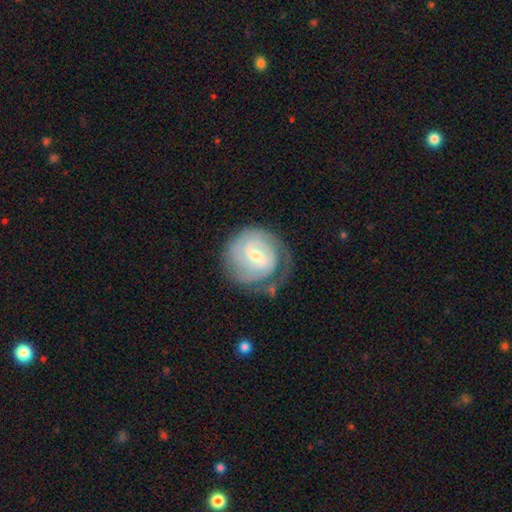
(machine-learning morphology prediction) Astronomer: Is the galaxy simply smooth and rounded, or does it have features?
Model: featured or disk — 86%.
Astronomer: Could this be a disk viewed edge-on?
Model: no — 98%.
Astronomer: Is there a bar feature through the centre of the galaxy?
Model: weak — 61%.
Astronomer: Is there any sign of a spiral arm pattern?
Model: yes — 97%.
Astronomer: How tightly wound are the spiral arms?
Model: tight — 73%.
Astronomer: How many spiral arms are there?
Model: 2 — 54%.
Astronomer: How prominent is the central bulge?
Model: small — 49% (runner-up: moderate, 47%).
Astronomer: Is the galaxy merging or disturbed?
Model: none — 67%.